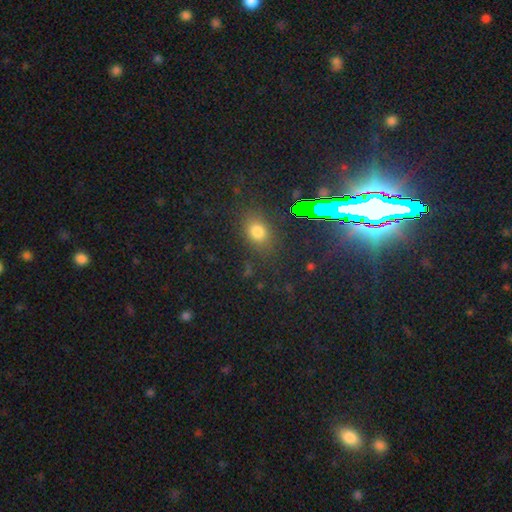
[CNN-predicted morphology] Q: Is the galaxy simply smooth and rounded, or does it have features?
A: star or artifact — 55%.